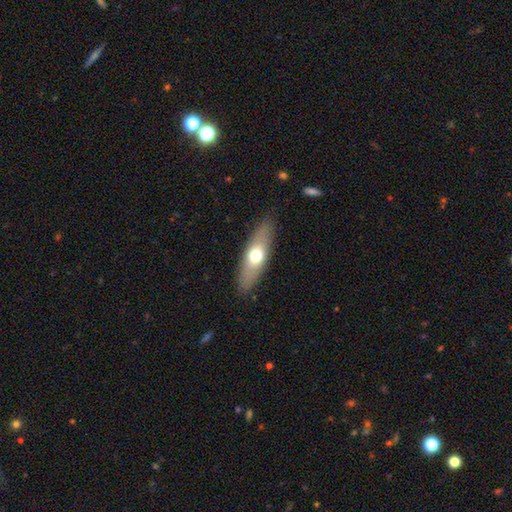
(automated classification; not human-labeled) A smooth galaxy with no disk features (58%) that is in between round and cigar-shaped (50%).

Vote fractions:
- Smooth or featured? smooth: 58% / featured or disk: 36% / star or artifact: 6%
- How rounded? in between: 50% / cigar-shaped: 47% / round: 3%
- Merging? none: 87% / minor disturbance: 9% / major disturbance: 2% / merger: 1%